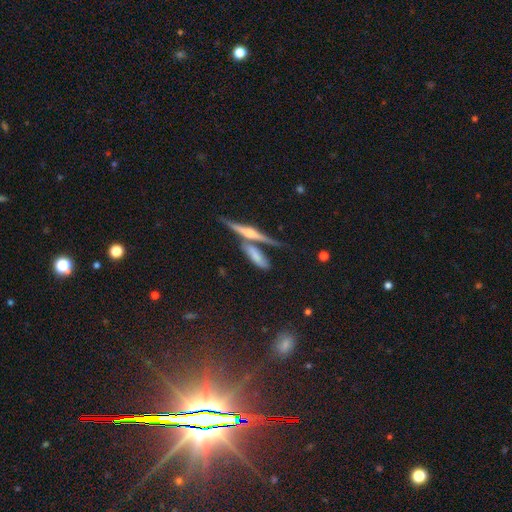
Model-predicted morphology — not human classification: Smooth or featured: featured or disk — 45% (smooth — 44%)
Merging: none — 54% (merger — 27%)